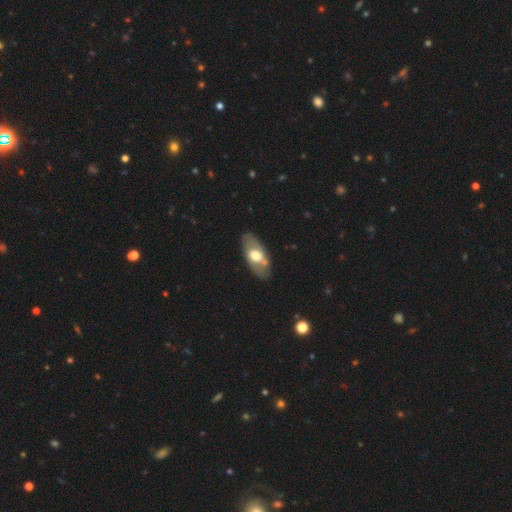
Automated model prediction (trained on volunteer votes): Overall: smooth (51%; featured or disk 43%). How rounded: in between (88%). Merging: none (77%).